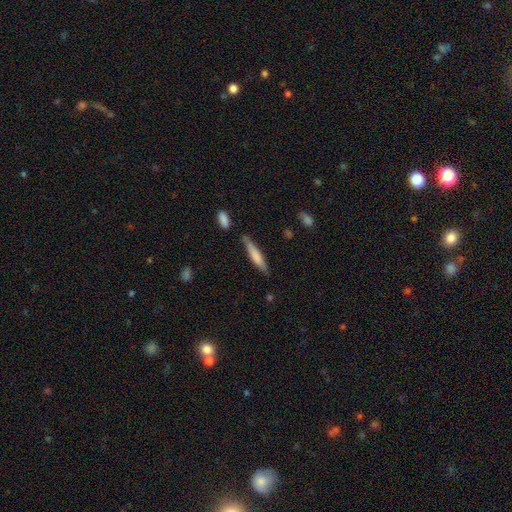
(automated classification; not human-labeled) The model was most divided on "smooth or featured": smooth: 70%, featured or disk: 25%, star or artifact: 6%. More confident: how rounded — cigar-shaped (89%); merging — none (75%).